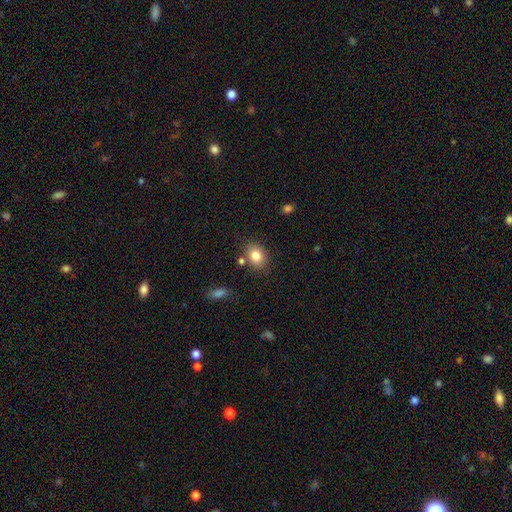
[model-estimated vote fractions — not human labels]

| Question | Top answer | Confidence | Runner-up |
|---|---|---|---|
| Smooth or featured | smooth | 82% | star or artifact (9%) |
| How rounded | in between | 63% | round (36%) |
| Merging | none | 77% | minor disturbance (12%) |